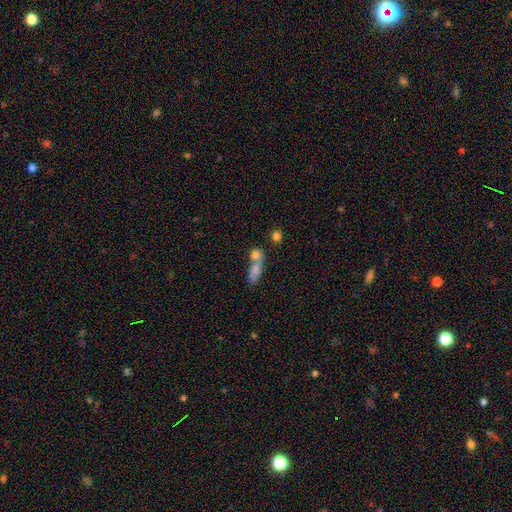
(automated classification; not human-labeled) smooth 78%, featured or disk 12%, star or artifact 11%. Down the decision tree: how rounded — round (53%); merging — merger (49%).